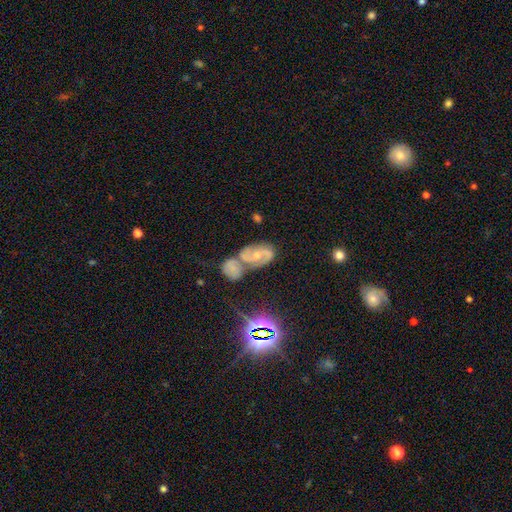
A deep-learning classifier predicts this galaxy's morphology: Overall: featured or disk (64%). Edge-on disk: no (96%). Bar: no (50%; weak 35%). Spiral arms: yes (86%). Spiral arm count: 2 (81%). Spiral winding: medium (49%; tight 33%). Bulge size: small (47%, tied with moderate). Merging: none (44%; merger 32%).